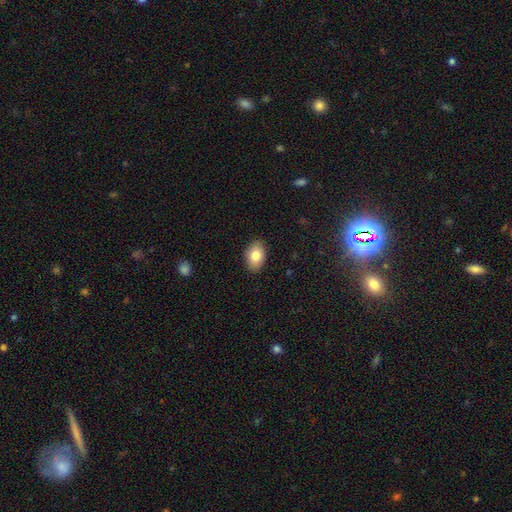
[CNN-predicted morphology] This is clearly a smooth galaxy (82%). How rounded: clearly in between (87%). Merging: clearly none (88%).